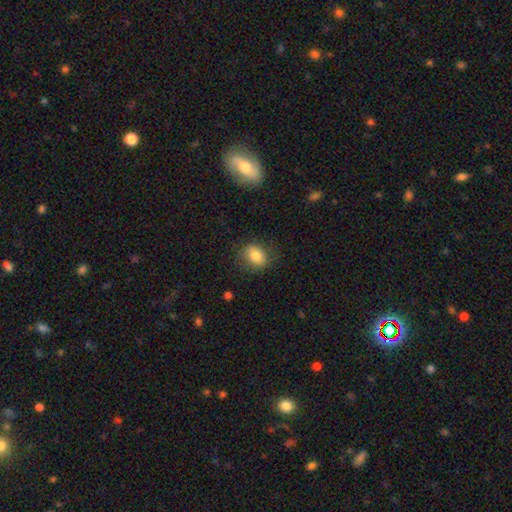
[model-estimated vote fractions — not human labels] Smooth or featured?
  - smooth: 81% *
  - featured or disk: 10%
  - star or artifact: 9%
How rounded?
  - in between: 51% *
  - round: 48%
  - cigar-shaped: 1%
Merging?
  - none: 78% *
  - minor disturbance: 16%
  - major disturbance: 5%
  - merger: 1%